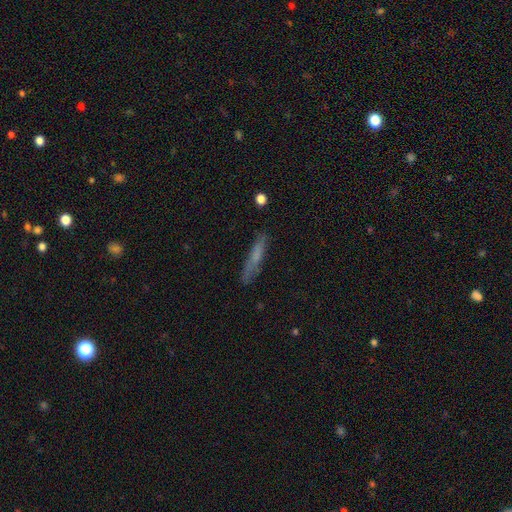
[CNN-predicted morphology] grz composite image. It shows a smooth galaxy with no disk features (60%) that is cigar-shaped (89%). Merging: none (76%).